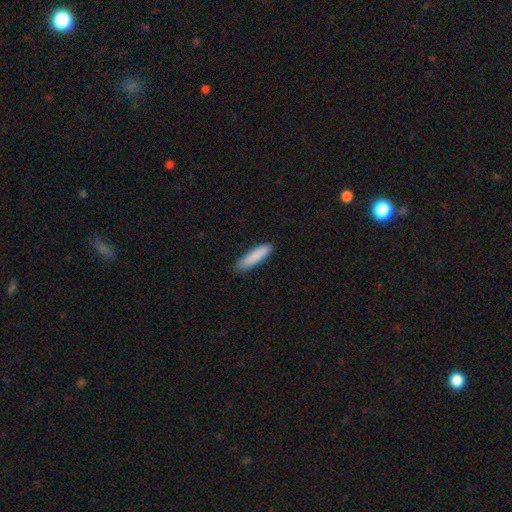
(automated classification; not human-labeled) Smooth or featured?
  - smooth: 87% *
  - featured or disk: 7%
  - star or artifact: 6%
How rounded?
  - cigar-shaped: 78% *
  - in between: 21%
  - round: 1%
Merging?
  - none: 84% *
  - minor disturbance: 13%
  - major disturbance: 2%
  - merger: 1%